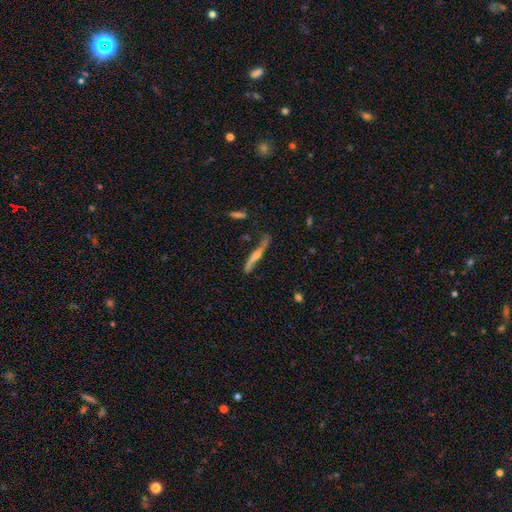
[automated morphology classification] Overall: featured or disk (66%). Edge-on disk: yes (74%). Merging: none (62%; minor disturbance 23%).